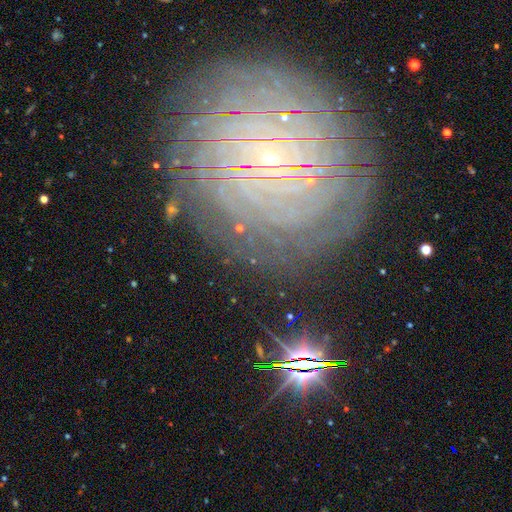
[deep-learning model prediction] This appears to be a featured or disk galaxy (70%) with no bar (58%), tight (89%) spiral arms (93%) and a small central bulge (85%). Merging: none (85%).